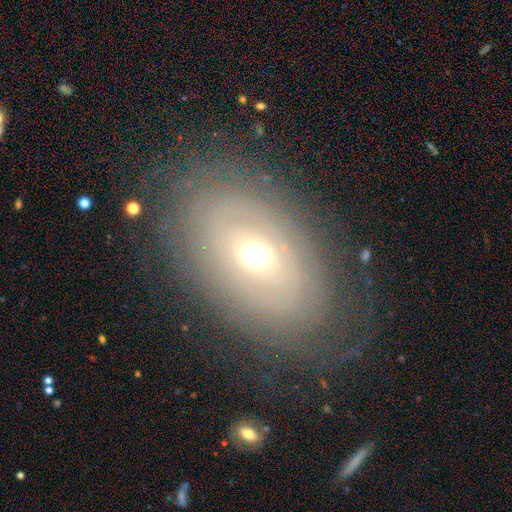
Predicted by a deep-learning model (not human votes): Morphology: type=featured or disk (57%); edge-on=no (91%); bar=no (73%); spiral arms=no (55%); bulge=moderate (63%); merging=none (74%).